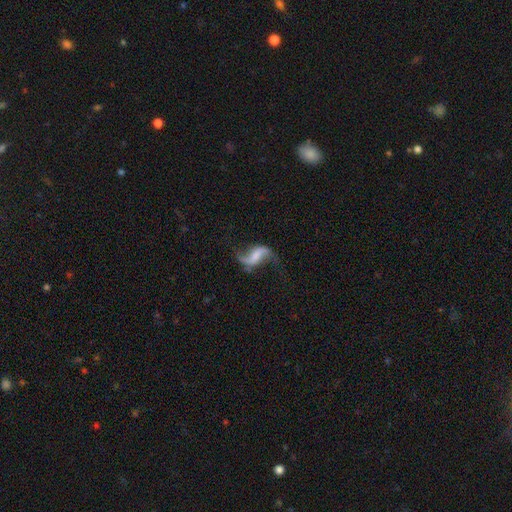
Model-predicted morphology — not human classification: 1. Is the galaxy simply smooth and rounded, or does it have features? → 84% featured or disk, 10% smooth, 7% star or artifact.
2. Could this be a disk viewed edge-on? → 97% no, 3% yes.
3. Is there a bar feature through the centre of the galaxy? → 41% weak, 33% strong, 26% no.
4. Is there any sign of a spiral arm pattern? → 95% yes, 5% no.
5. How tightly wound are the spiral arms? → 89% loose, 9% medium, 2% tight.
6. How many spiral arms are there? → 92% 2, 3% 1, 2% can't tell, 1% 3, 1% 4, 1% more than 4.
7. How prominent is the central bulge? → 41% none, 32% small, 19% moderate, 6% large, 2% dominant.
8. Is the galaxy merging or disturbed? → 67% none, 16% minor disturbance, 14% major disturbance, 3% merger.